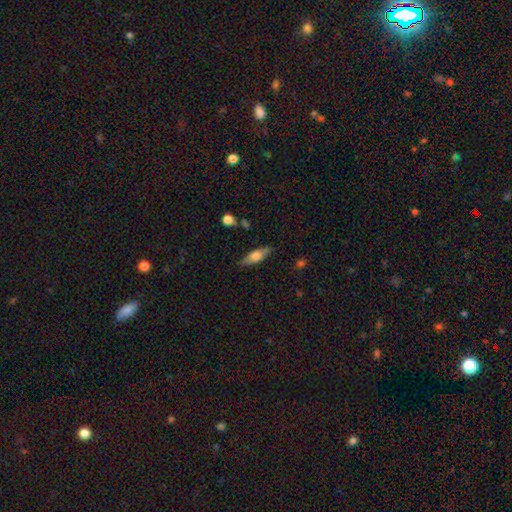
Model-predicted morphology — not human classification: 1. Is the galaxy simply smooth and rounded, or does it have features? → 58% smooth, 35% featured or disk, 7% star or artifact.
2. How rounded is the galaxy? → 54% in between, 43% cigar-shaped, 3% round.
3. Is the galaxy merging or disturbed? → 83% none, 13% minor disturbance, 3% major disturbance, 2% merger.